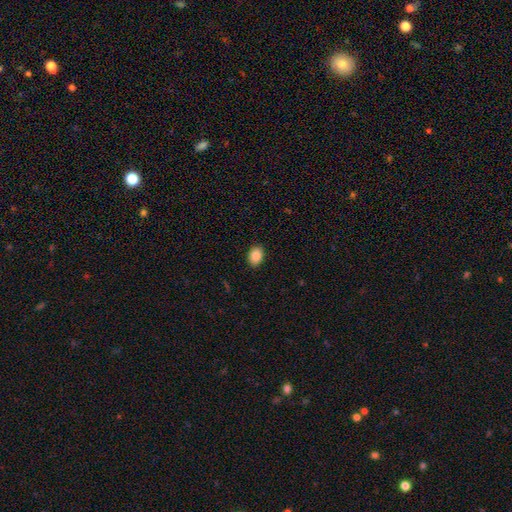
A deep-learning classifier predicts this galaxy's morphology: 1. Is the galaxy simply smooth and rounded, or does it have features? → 86% smooth, 8% star or artifact, 5% featured or disk.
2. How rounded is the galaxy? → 71% in between, 28% round, 1% cigar-shaped.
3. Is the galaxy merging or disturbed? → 90% none, 7% minor disturbance, 2% major disturbance, 1% merger.